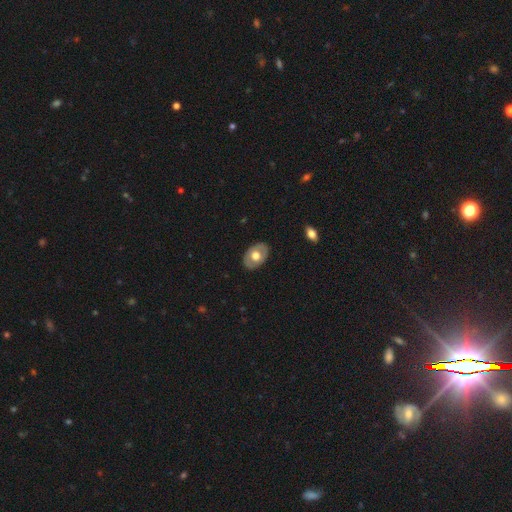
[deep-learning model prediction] Smooth or featured: smooth — 54% (featured or disk — 40%)
How rounded: in between — 81% (round — 18%)
Merging: none — 84% (minor disturbance — 12%)